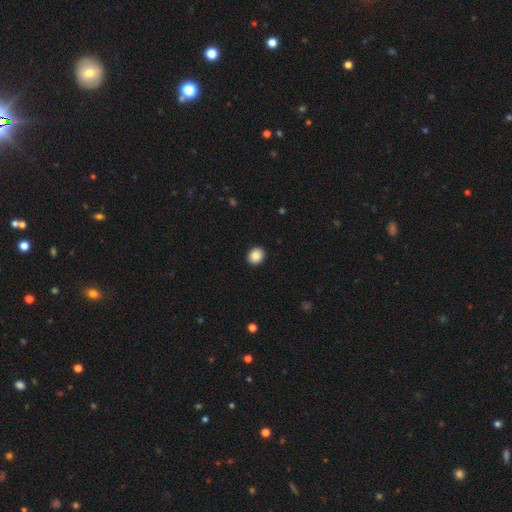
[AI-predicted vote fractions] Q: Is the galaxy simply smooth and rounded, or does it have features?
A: smooth — 88%.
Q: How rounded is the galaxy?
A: round — 72%.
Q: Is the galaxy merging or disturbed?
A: none — 92%.